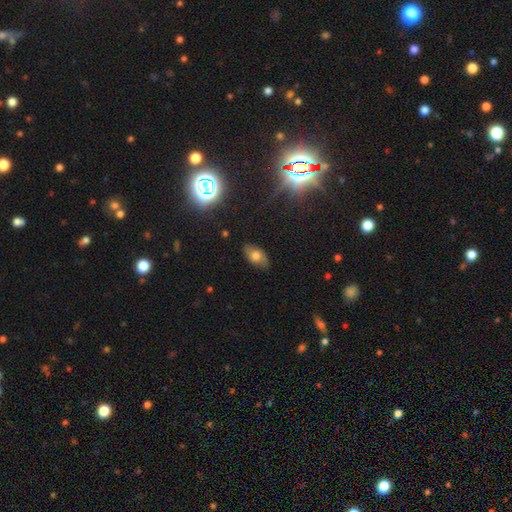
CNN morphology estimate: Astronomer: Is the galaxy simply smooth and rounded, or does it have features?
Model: smooth — 62%.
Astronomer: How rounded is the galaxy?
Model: in between — 90%.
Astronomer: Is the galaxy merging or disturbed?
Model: none — 80%.